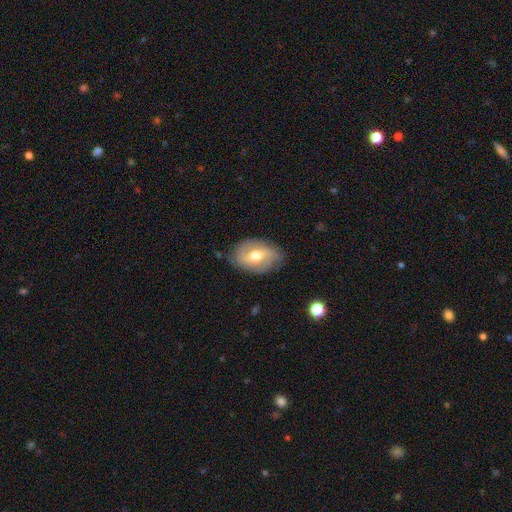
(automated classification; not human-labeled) Smooth or featured? Predicted: featured or disk (p=0.50). Edge-on disk? Predicted: no (p=0.92). Merging? Predicted: none (p=0.75).